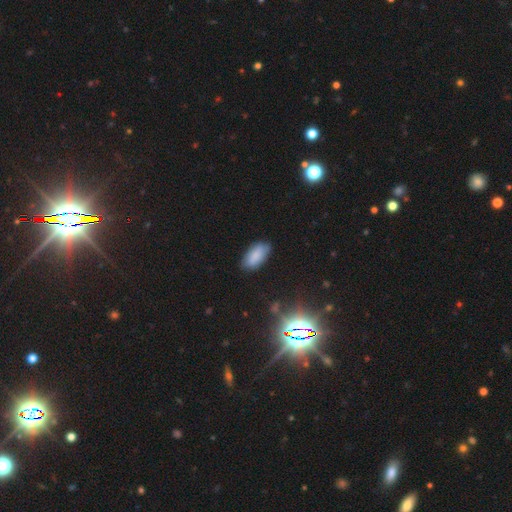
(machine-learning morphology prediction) The model was most divided on "merging": none: 79%, minor disturbance: 16%, major disturbance: 3%, merger: 1%. More confident: how rounded — in between (92%); smooth or featured — smooth (84%).